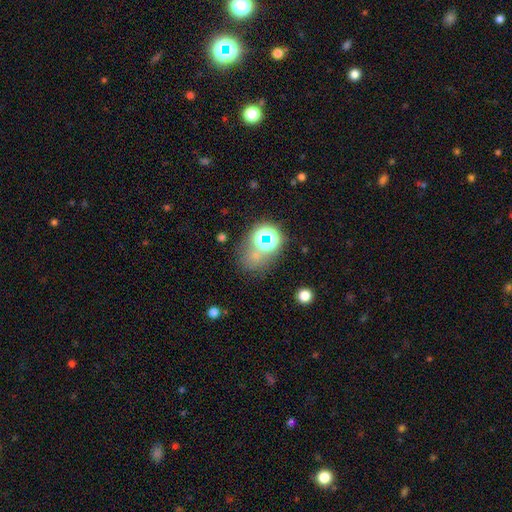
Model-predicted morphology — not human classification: smooth_or_featured: star or artifact (p=0.45) [alt: smooth p=0.43]